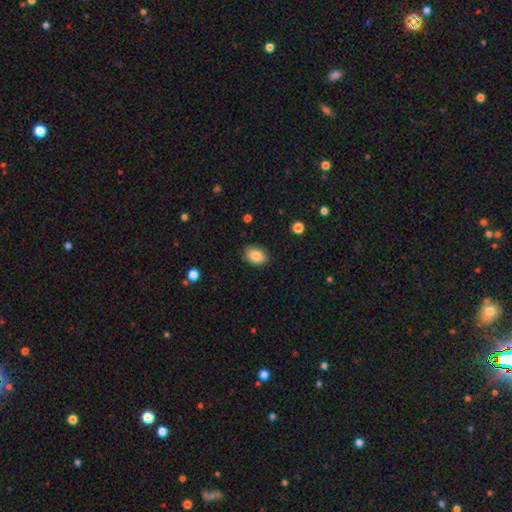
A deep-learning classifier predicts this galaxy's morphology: smooth_or_featured: smooth (p=0.86) [alt: star or artifact p=0.08]
how_rounded: in between (p=0.80) [alt: round p=0.19]
merging: none (p=0.85) [alt: minor disturbance p=0.11]